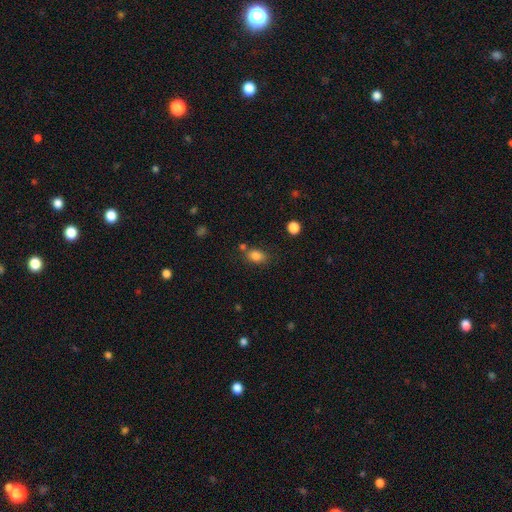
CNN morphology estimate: smooth-or-featured: smooth: 83% | star or artifact: 11% | featured or disk: 6%
  how-rounded: in between: 76% | round: 22% | cigar-shaped: 2%
  merging: none: 68% | minor disturbance: 15% | merger: 12% | major disturbance: 5%